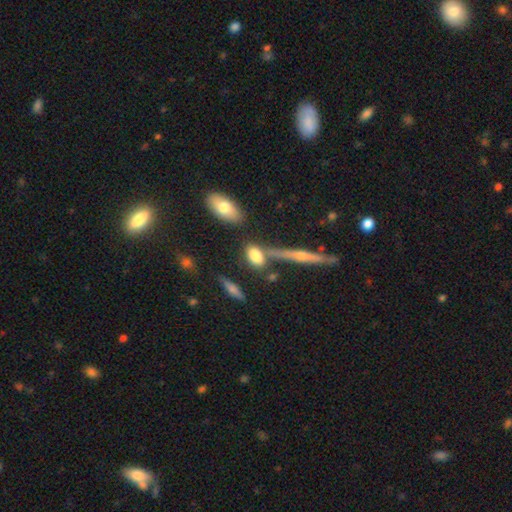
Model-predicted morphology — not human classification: smooth-or-featured: smooth: 78% | featured or disk: 14% | star or artifact: 9%
  how-rounded: in between: 80% | round: 11% | cigar-shaped: 9%
  merging: none: 63% | minor disturbance: 16% | merger: 15% | major disturbance: 6%